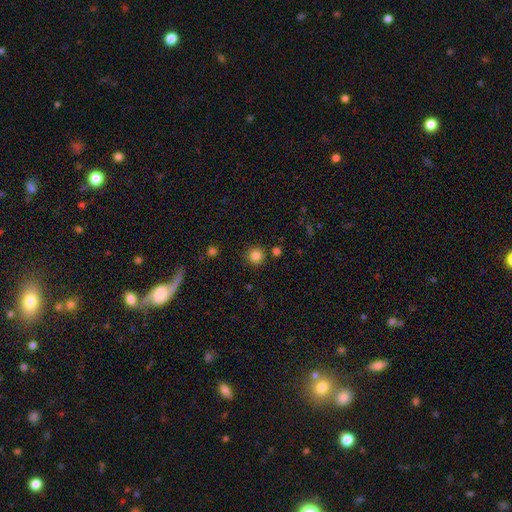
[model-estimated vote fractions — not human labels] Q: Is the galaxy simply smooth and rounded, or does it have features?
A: smooth — 84%.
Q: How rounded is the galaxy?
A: round — 94%.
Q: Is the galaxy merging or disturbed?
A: none — 85%.